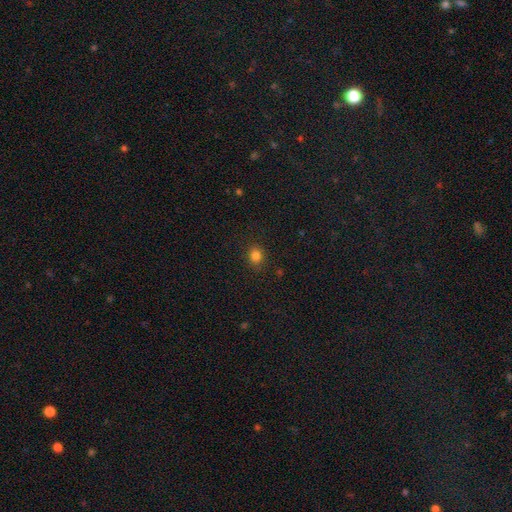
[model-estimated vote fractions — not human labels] This is clearly a smooth galaxy (82%). How rounded: likely round (69%). Merging: clearly none (87%).